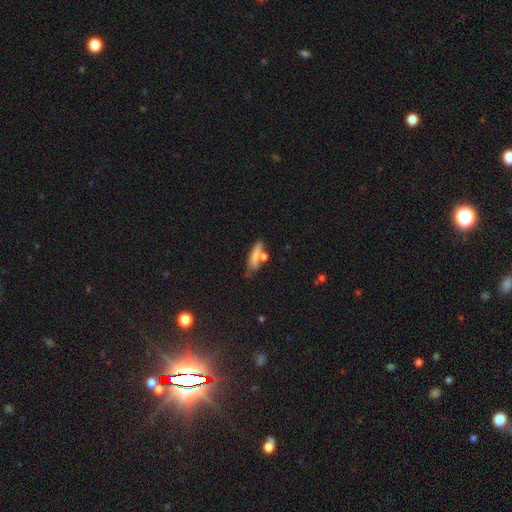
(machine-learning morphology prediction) A smooth galaxy with no disk features (72%) that is cigar-shaped (62%).

Vote fractions:
- Smooth or featured? smooth: 72% / featured or disk: 19% / star or artifact: 9%
- How rounded? cigar-shaped: 62% / in between: 35% / round: 3%
- Merging? none: 54% / minor disturbance: 21% / merger: 18% / major disturbance: 7%